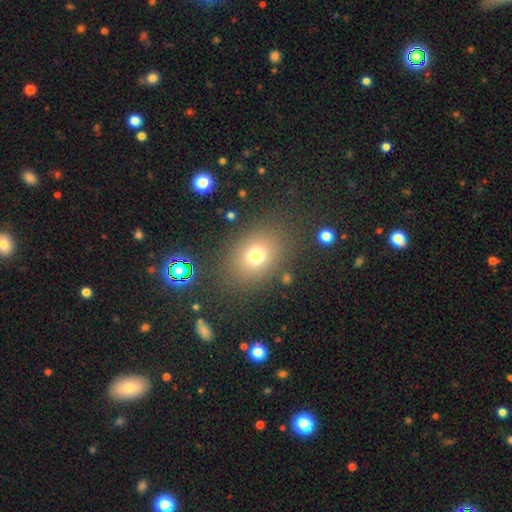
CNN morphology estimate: Smooth or featured? Predicted: smooth (p=0.74). How rounded? Predicted: in between (p=0.52). Merging? Predicted: none (p=0.81).